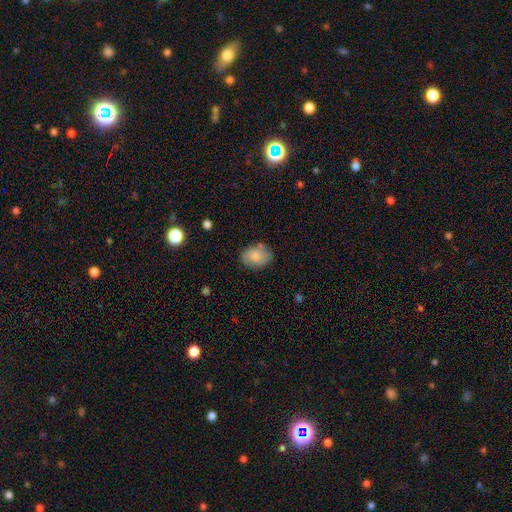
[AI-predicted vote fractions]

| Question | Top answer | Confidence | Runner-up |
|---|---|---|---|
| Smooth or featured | smooth | 68% | featured or disk (25%) |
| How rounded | in between | 63% | round (36%) |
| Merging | none | 72% | minor disturbance (20%) |